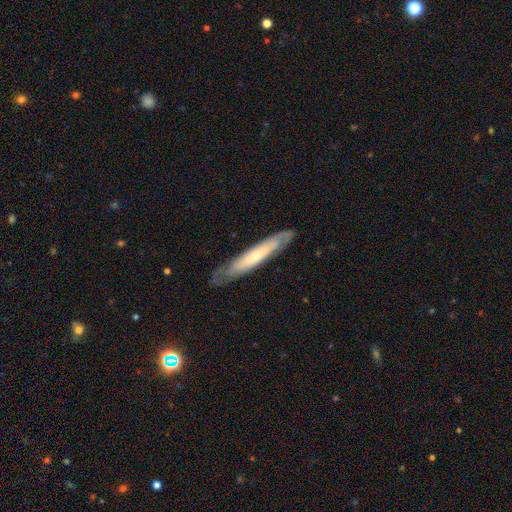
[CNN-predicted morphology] A featured or disk galaxy (57%) viewed edge-on (61%). Merging: none (75%).